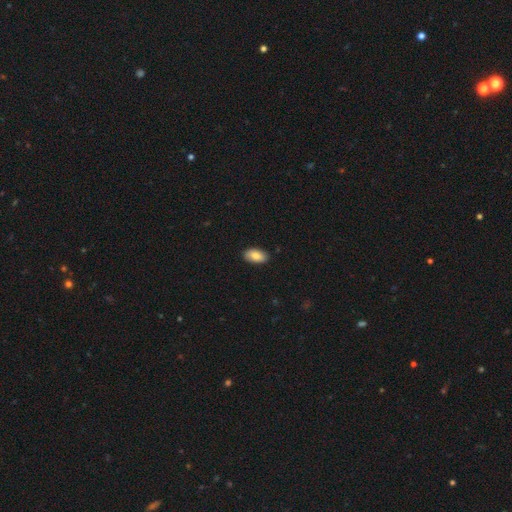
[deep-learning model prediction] Smooth or featured? Predicted: smooth (p=0.85). How rounded? Predicted: in between (p=0.94). Merging? Predicted: none (p=0.89).